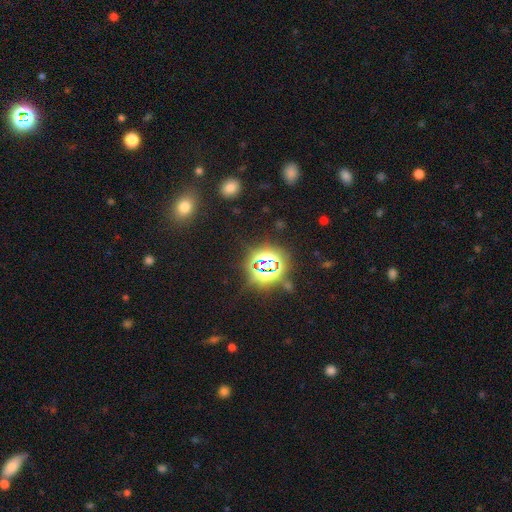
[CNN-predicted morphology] This is likely a star or artifact rather than a galaxy (78%).